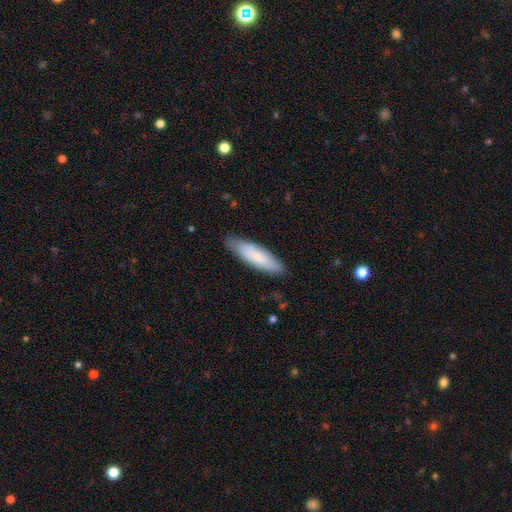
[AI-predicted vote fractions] A smooth galaxy with no disk features (78%) that is cigar-shaped (66%).

Vote fractions:
- Smooth or featured? smooth: 78% / featured or disk: 16% / star or artifact: 6%
- How rounded? cigar-shaped: 66% / in between: 33% / round: 1%
- Merging? none: 85% / minor disturbance: 12% / major disturbance: 2% / merger: 1%